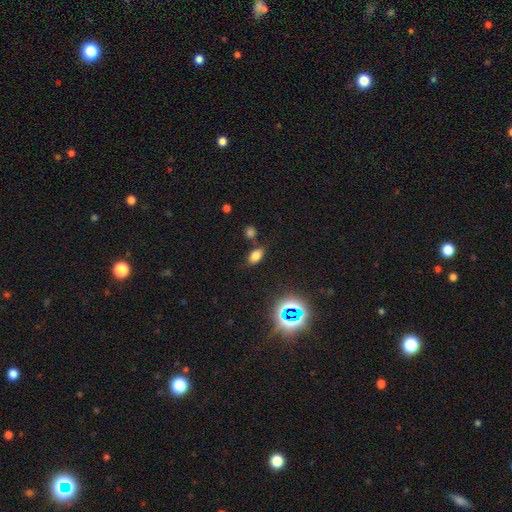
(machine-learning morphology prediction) A smooth galaxy with no disk features (72%) that is in between round and cigar-shaped (88%). Merging: none (77%).